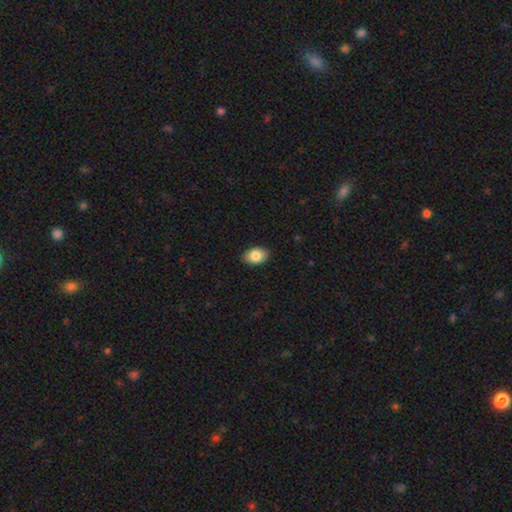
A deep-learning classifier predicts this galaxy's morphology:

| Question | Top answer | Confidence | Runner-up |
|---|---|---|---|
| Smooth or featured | smooth | 85% | featured or disk (7%) |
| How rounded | in between | 84% | round (15%) |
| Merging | none | 86% | minor disturbance (11%) |